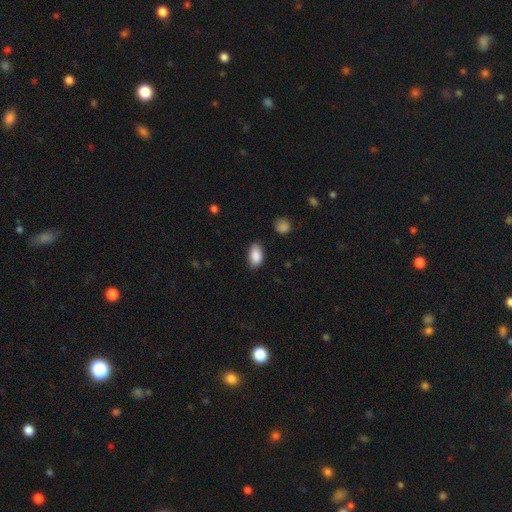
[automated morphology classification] smooth_or_featured: smooth (p=0.89) [alt: star or artifact p=0.07]
how_rounded: in between (p=0.93) [alt: round p=0.05]
merging: none (p=0.83) [alt: minor disturbance p=0.13]